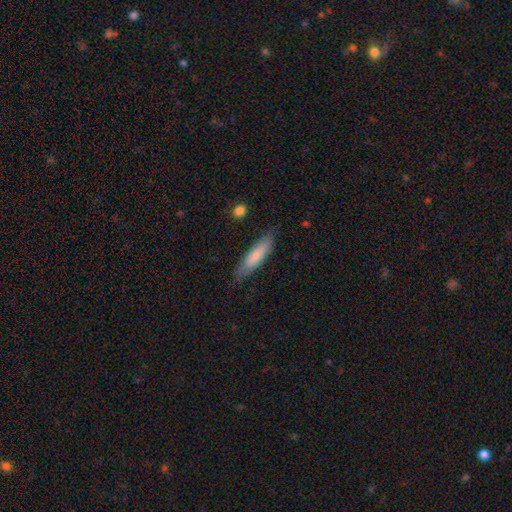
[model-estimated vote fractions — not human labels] Smooth or featured: smooth — 73% (featured or disk — 21%)
How rounded: cigar-shaped — 72% (in between — 26%)
Merging: none — 78% (minor disturbance — 17%)